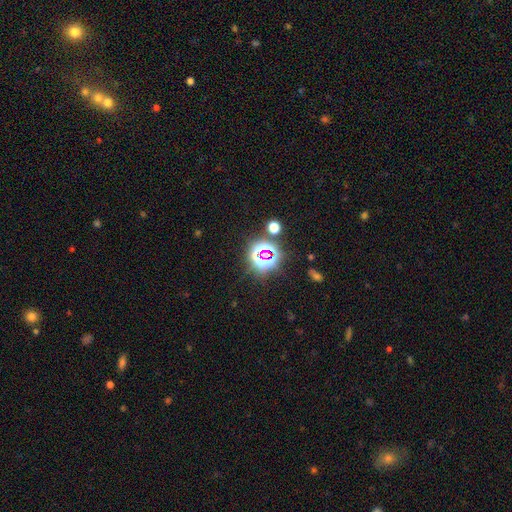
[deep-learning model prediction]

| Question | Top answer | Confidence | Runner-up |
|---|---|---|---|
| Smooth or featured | star or artifact | 73% | smooth (18%) |